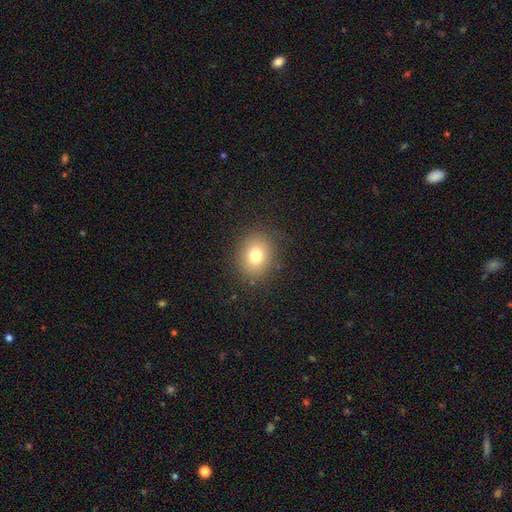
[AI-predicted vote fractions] A smooth galaxy with no disk features (77%) that is round (60%). Merging: none (85%).